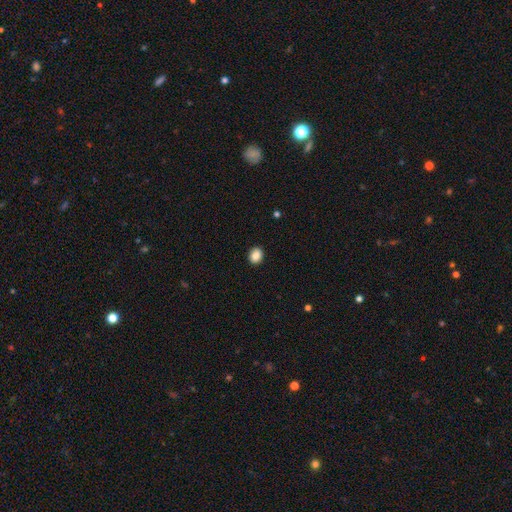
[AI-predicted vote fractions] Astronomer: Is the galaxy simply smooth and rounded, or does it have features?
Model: smooth — 87%.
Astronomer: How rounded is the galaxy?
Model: round — 59% (runner-up: in between, 40%).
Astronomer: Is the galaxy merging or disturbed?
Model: none — 91%.